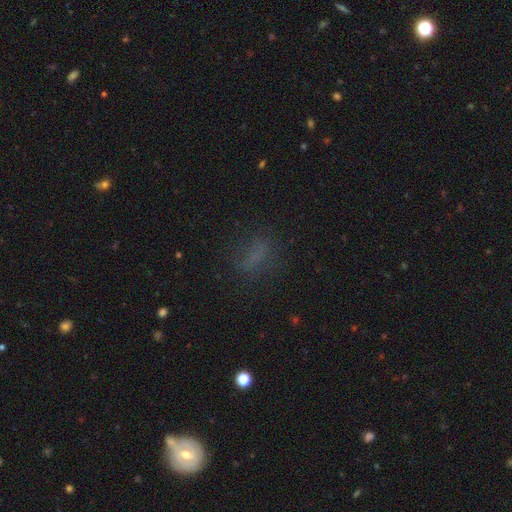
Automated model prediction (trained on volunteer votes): smooth 63%, star or artifact 22%, featured or disk 15%. Down the decision tree: how rounded — in between (55%); merging — none (74%).